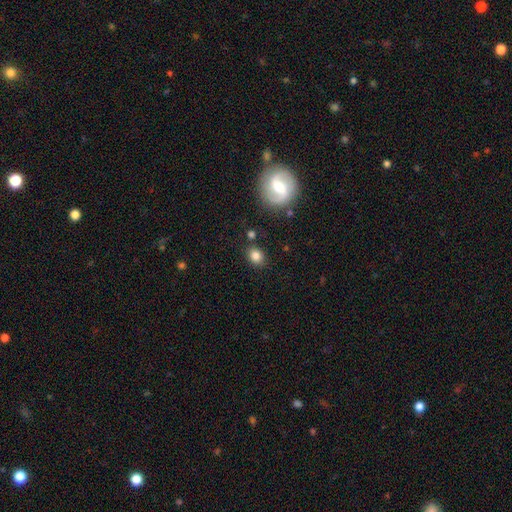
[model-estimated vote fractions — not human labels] This appears to be a smooth galaxy with no disk features (80%) that is round (51%). Merging: none (81%).